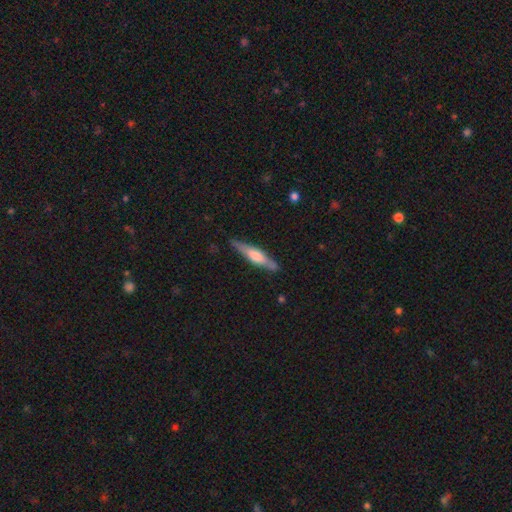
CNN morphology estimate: Q: Smooth or featured?
A: featured or disk (56%); runner-up: smooth (38%)
Q: Edge-on disk?
A: yes (94%); runner-up: no (6%)
Q: Edge-on bulge?
A: rounded (66%); runner-up: boxy (25%)
Q: Merging?
A: none (84%); runner-up: minor disturbance (12%)